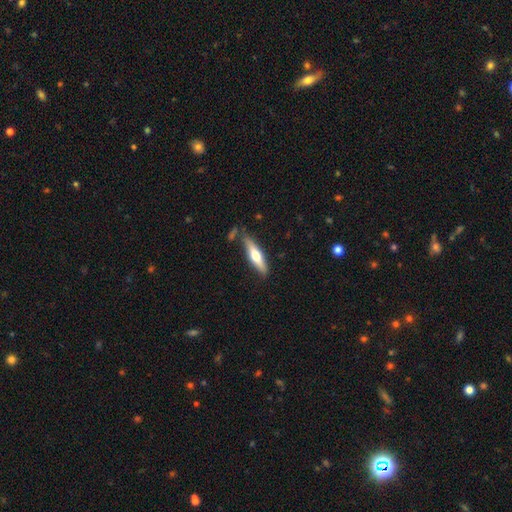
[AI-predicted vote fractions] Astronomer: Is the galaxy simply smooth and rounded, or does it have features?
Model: featured or disk — 48% (runner-up: smooth, 46%).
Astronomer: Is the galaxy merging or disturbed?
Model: none — 77%.